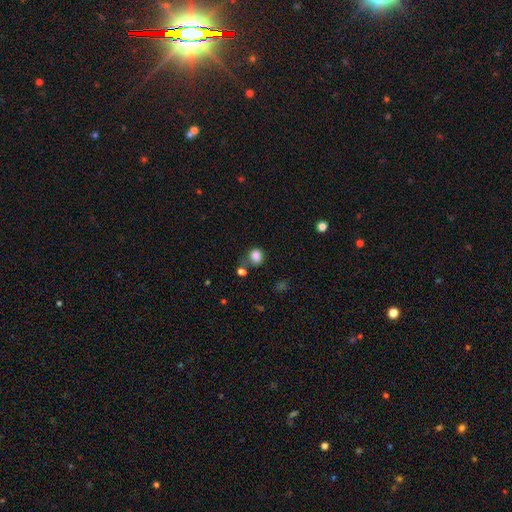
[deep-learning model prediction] The model was most divided on "how rounded": round: 56%, in between: 43%, cigar-shaped: 1%. More confident: smooth or featured — smooth (83%); merging — none (61%).